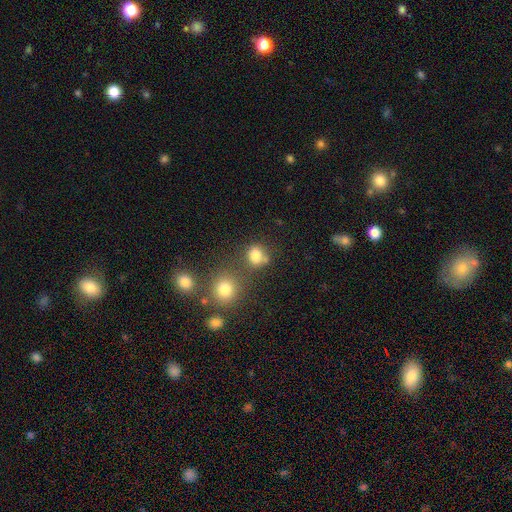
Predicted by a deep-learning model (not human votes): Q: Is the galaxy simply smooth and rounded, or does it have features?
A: smooth — 78%.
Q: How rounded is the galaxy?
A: round — 71%.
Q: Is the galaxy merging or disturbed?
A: none — 60%.